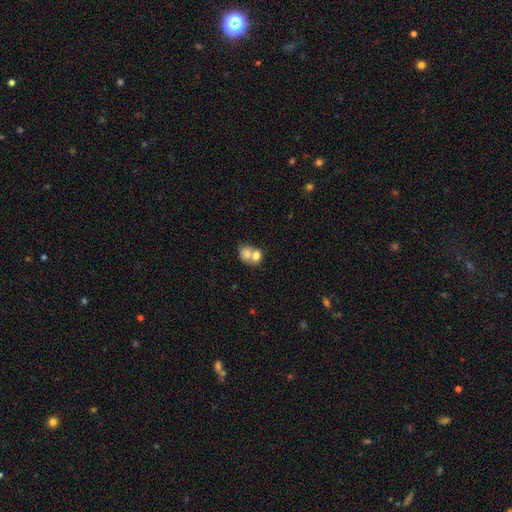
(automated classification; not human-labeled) Smooth or featured? smooth (73%)
How rounded? round (50%)
Merging? merger (66%)